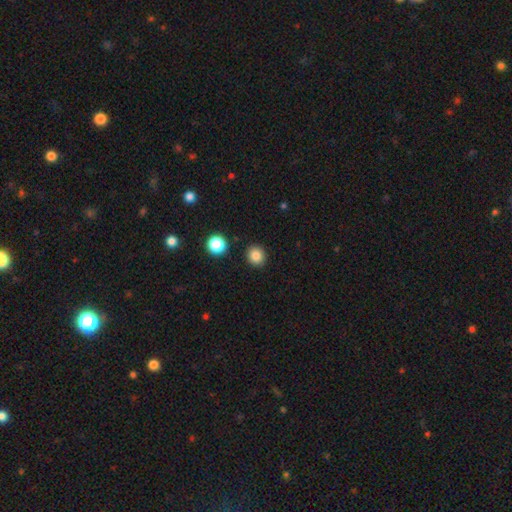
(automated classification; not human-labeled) The model was most divided on "smooth or featured": smooth: 84%, star or artifact: 11%, featured or disk: 5%. More confident: merging — none (90%); how rounded — round (87%).